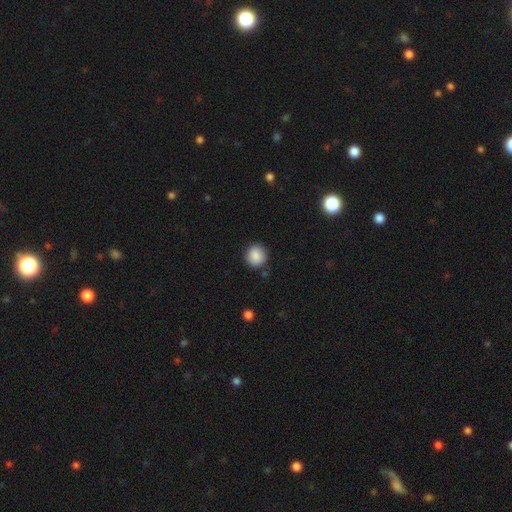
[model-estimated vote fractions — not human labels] A smooth galaxy with no disk features (87%) that is round (89%).

Vote fractions:
- Smooth or featured? smooth: 87% / star or artifact: 9% / featured or disk: 4%
- How rounded? round: 89% / in between: 10% / cigar-shaped: 1%
- Merging? none: 88% / minor disturbance: 8% / major disturbance: 2% / merger: 2%